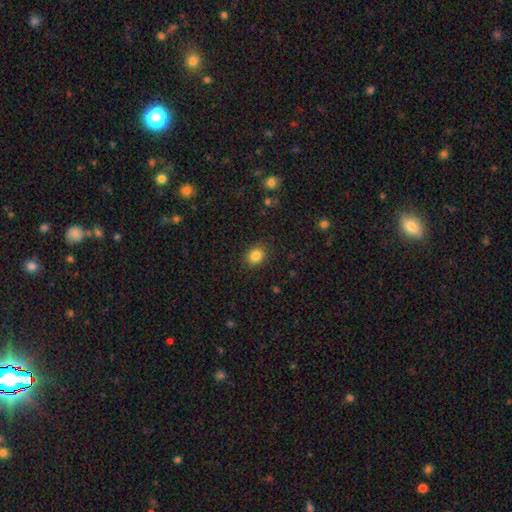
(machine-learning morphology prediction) Smooth or featured? smooth (84%)
How rounded? round (60%)
Merging? none (87%)